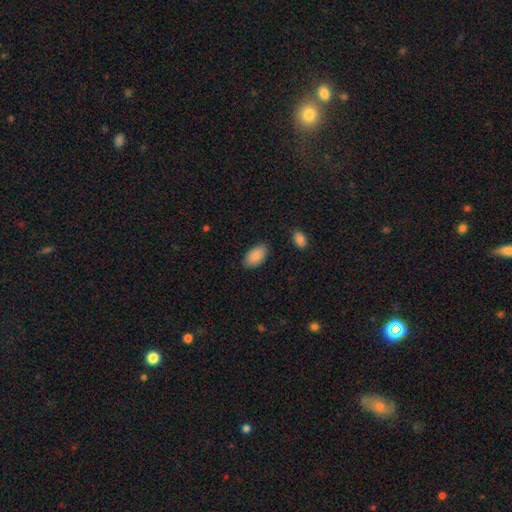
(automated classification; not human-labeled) Q: Smooth or featured?
A: smooth (90%); runner-up: star or artifact (6%)
Q: How rounded?
A: in between (94%); runner-up: round (4%)
Q: Merging?
A: none (85%); runner-up: minor disturbance (11%)